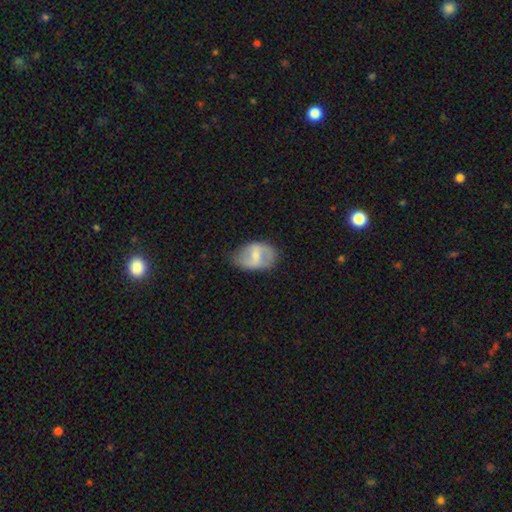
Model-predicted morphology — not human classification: This is possibly a featured or disk galaxy (58%). It is clearly not viewed edge-on (96%). Bar: possibly weak (48%). Spiral arm pattern: likely yes (63%). Central bulge: possibly small (49%). Merging: likely none (69%).